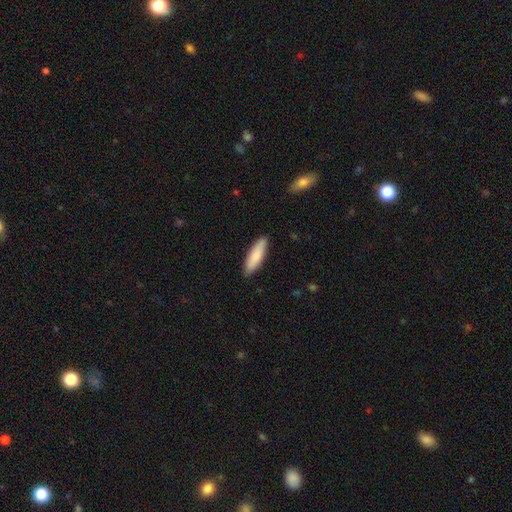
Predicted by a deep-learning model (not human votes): This appears to be a smooth galaxy with no disk features (85%) that is cigar-shaped (59%). Merging: none (88%).